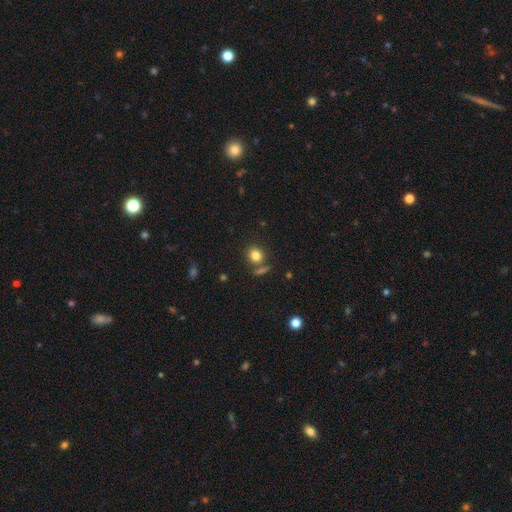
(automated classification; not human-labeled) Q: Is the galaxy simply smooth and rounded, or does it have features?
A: smooth — 81%.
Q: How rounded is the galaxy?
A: round — 74%.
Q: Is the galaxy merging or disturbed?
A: none — 71%.